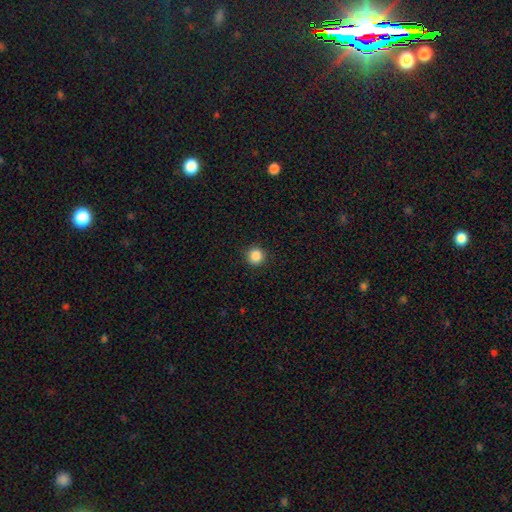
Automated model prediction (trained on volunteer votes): smooth_or_featured: smooth (p=0.87) [alt: star or artifact p=0.10]
how_rounded: round (p=0.95) [alt: in between p=0.04]
merging: none (p=0.92) [alt: minor disturbance p=0.05]